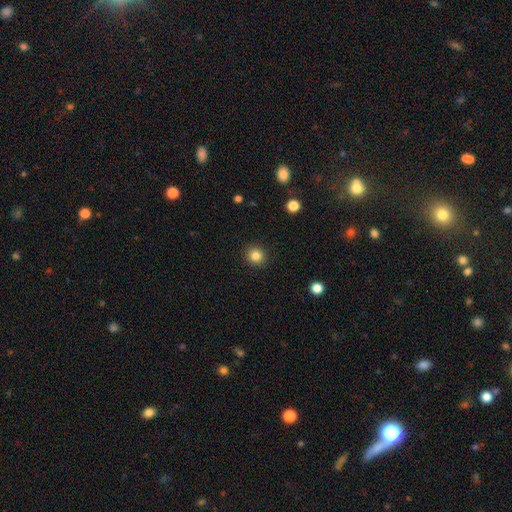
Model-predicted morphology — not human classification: Smooth or featured? Predicted: smooth (p=0.84). How rounded? Predicted: round (p=0.89). Merging? Predicted: none (p=0.91).